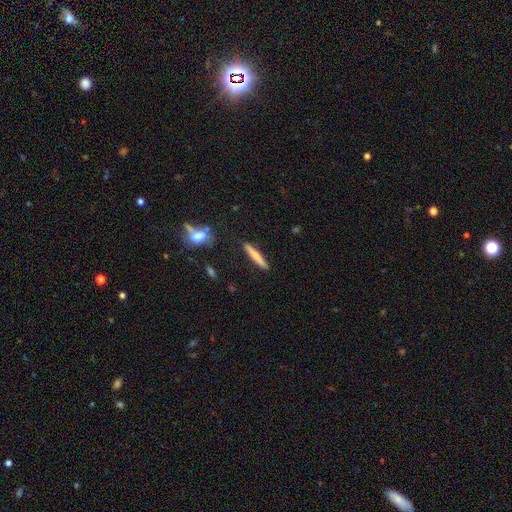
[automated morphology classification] Smooth or featured? smooth (61%)
How rounded? cigar-shaped (93%)
Merging? none (89%)